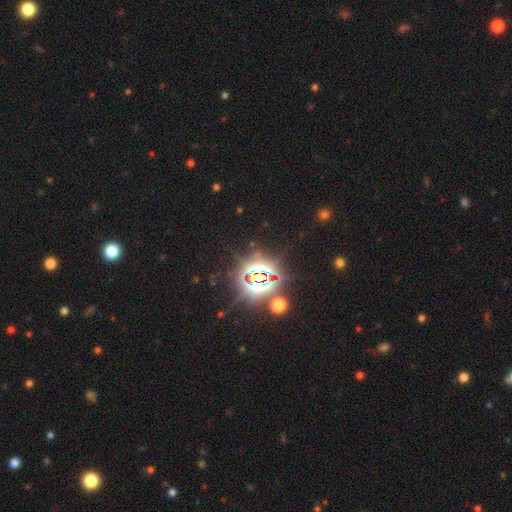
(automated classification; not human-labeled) Smooth or featured: star or artifact — 82% (smooth — 10%)